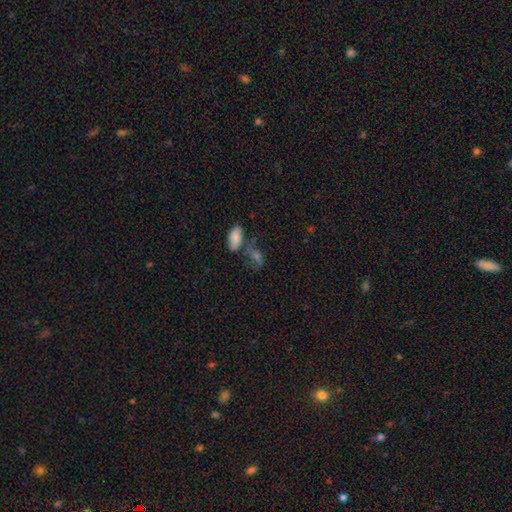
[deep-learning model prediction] smooth-or-featured: smooth: 48% | featured or disk: 29% | star or artifact: 23%
  merging: none: 43% | merger: 32% | minor disturbance: 15% | major disturbance: 10%